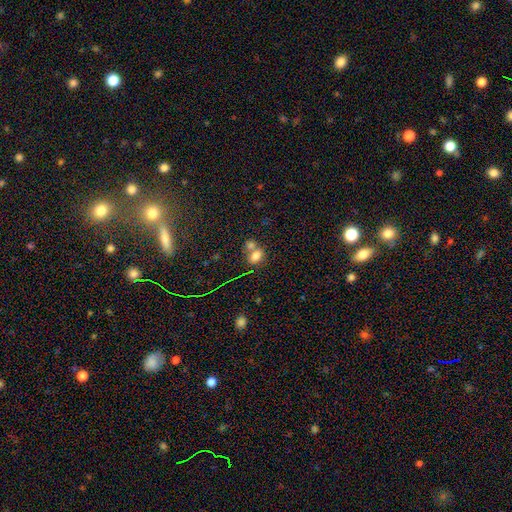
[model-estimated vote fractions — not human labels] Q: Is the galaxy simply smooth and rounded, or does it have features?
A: smooth — 76%.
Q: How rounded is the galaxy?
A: in between — 67%.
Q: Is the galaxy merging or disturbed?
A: merger — 50%.